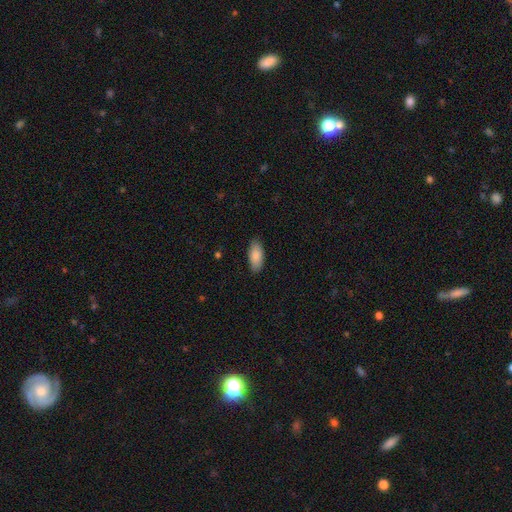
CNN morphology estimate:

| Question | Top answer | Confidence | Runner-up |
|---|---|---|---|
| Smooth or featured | smooth | 87% | featured or disk (7%) |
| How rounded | in between | 89% | cigar-shaped (10%) |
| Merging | none | 85% | minor disturbance (12%) |